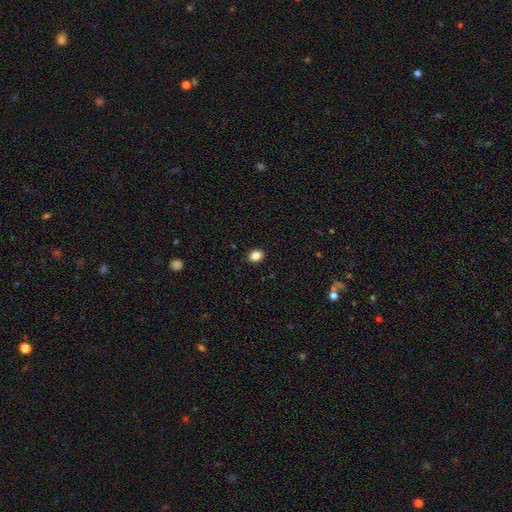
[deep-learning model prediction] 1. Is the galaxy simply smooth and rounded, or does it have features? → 87% smooth, 10% star or artifact, 4% featured or disk.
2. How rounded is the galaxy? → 67% in between, 32% round, 1% cigar-shaped.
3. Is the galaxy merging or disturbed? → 90% none, 7% minor disturbance, 2% major disturbance, 1% merger.